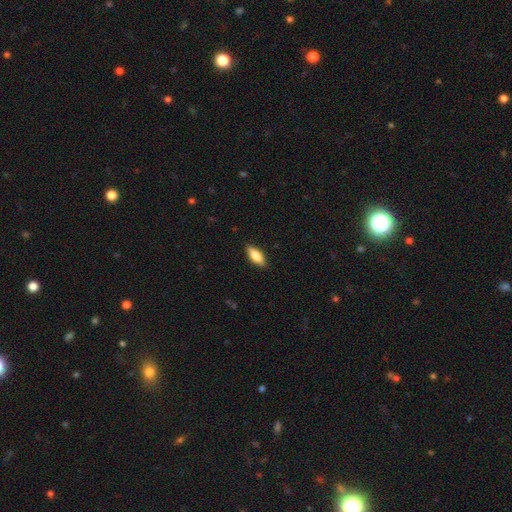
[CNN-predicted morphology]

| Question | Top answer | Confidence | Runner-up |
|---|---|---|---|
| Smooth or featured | smooth | 80% | featured or disk (14%) |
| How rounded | in between | 72% | cigar-shaped (26%) |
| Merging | none | 87% | minor disturbance (10%) |